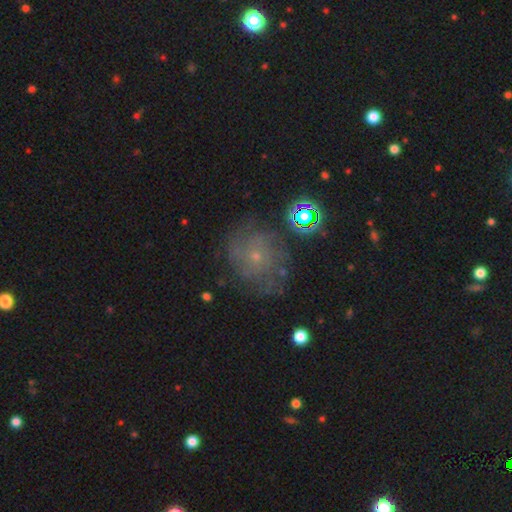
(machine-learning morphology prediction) Overall: featured or disk (53%; smooth 26%). Edge-on disk: no (97%). Bar: no (83%). Spiral arms: yes (78%). Bulge size: small (80%). Merging: none (67%).